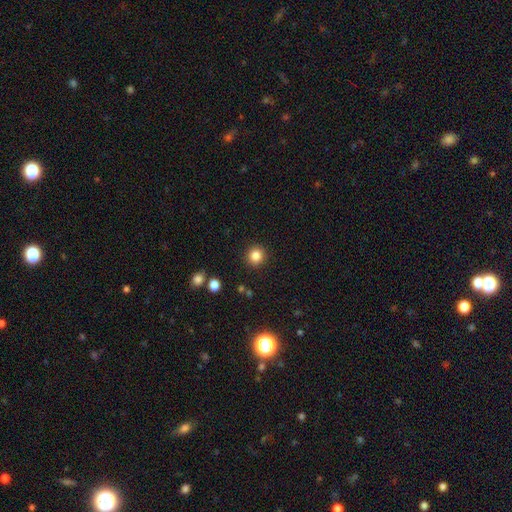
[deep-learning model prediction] Smooth or featured?
  - smooth: 84% *
  - star or artifact: 11%
  - featured or disk: 5%
How rounded?
  - round: 93% *
  - in between: 6%
  - cigar-shaped: 1%
Merging?
  - none: 91% *
  - minor disturbance: 5%
  - major disturbance: 2%
  - merger: 1%